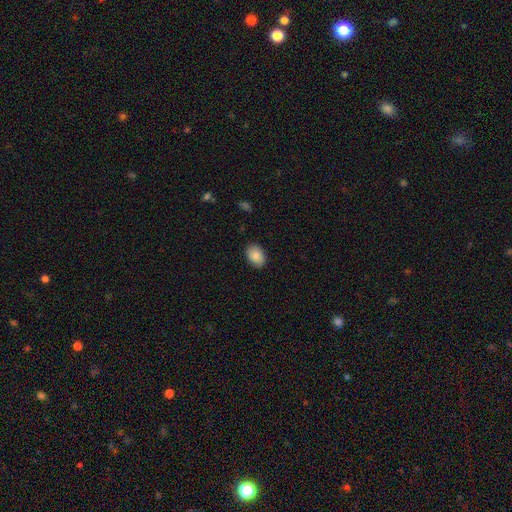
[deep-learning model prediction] smooth_or_featured: smooth (p=0.88) [alt: star or artifact p=0.07]
how_rounded: in between (p=0.84) [alt: round p=0.15]
merging: none (p=0.88) [alt: minor disturbance p=0.09]